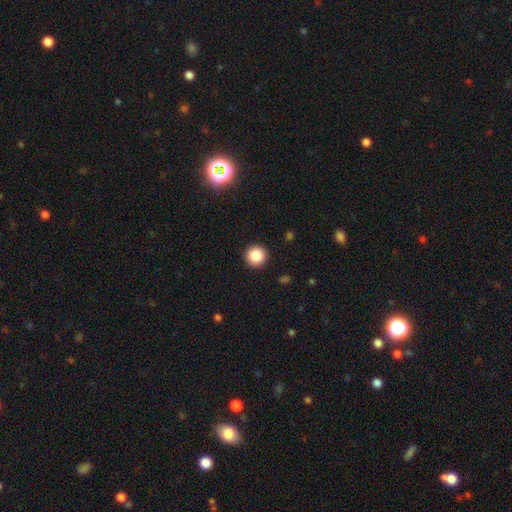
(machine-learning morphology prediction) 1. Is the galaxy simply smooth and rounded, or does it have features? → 86% smooth, 10% star or artifact, 4% featured or disk.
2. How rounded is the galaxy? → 96% round, 3% in between, 1% cigar-shaped.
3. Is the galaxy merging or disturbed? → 93% none, 5% minor disturbance, 2% major disturbance, 1% merger.